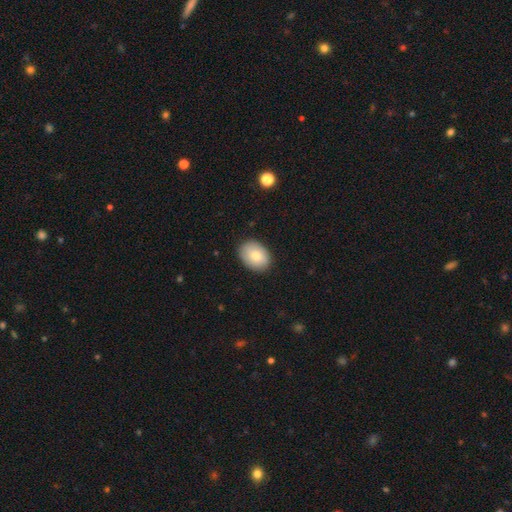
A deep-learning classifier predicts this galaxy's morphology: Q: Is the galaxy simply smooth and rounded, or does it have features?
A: smooth — 80%.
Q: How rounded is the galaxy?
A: in between — 74%.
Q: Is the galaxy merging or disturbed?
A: none — 87%.